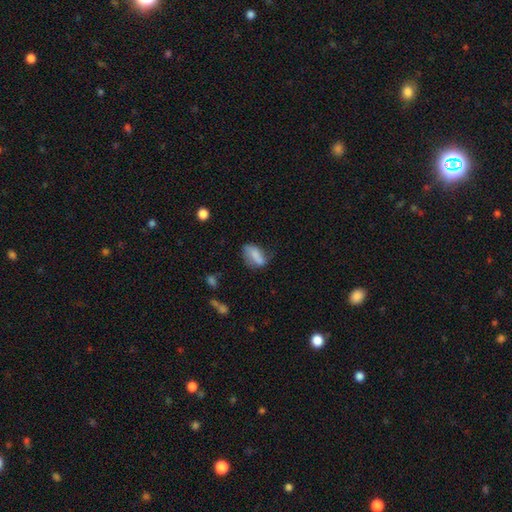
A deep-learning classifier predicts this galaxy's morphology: smooth_or_featured: smooth (p=0.67) [alt: featured or disk p=0.24]
how_rounded: in between (p=0.87) [alt: round p=0.07]
merging: none (p=0.46) [alt: minor disturbance p=0.31]